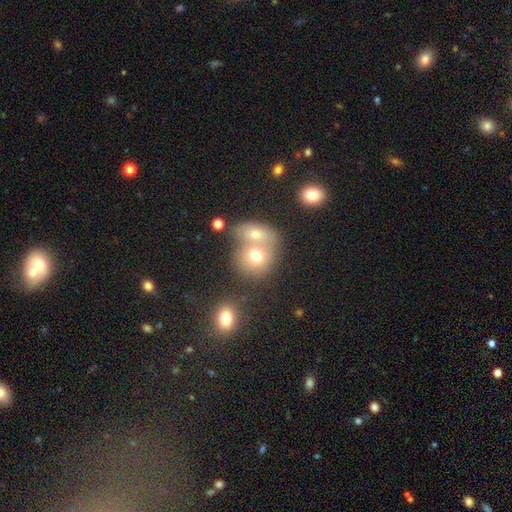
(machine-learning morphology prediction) Smooth or featured: smooth — 70% (featured or disk — 19%)
How rounded: round — 69% (in between — 29%)
Merging: merger — 58% (none — 31%)